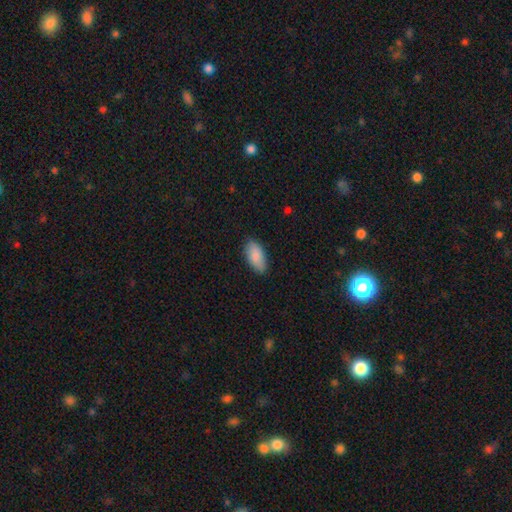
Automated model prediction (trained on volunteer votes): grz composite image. It shows a smooth galaxy with no disk features (88%) that is in between round and cigar-shaped (92%). Merging: none (85%).